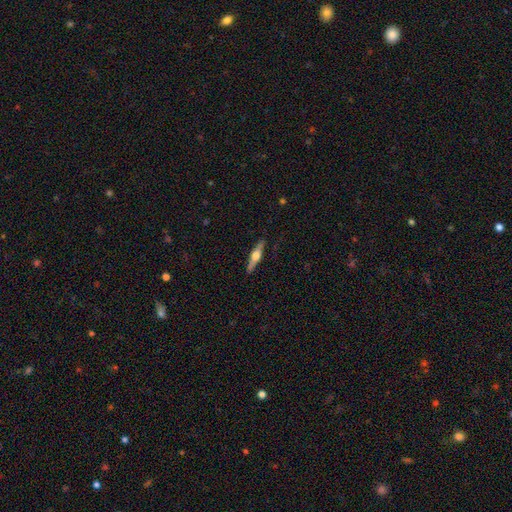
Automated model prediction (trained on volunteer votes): Smooth or featured? Predicted: featured or disk (p=0.68). Edge-on disk? Predicted: yes (p=0.97). Edge-on bulge? Predicted: rounded (p=0.93). Merging? Predicted: none (p=0.88).